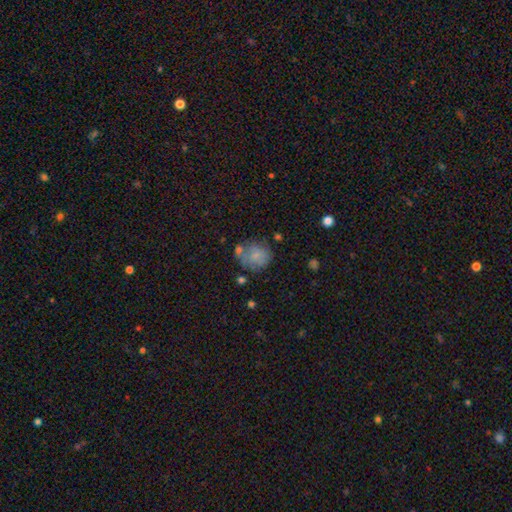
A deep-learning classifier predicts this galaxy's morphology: Smooth or featured: smooth — 69% (featured or disk — 21%)
How rounded: round — 76% (in between — 23%)
Merging: none — 54% (minor disturbance — 23%)